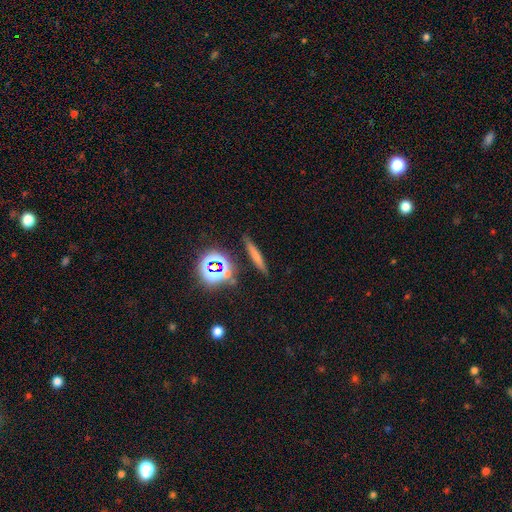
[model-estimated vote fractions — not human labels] The model was most divided on "smooth or featured": smooth: 61%, featured or disk: 20%, star or artifact: 18%. More confident: how rounded — cigar-shaped (87%); merging — none (84%).